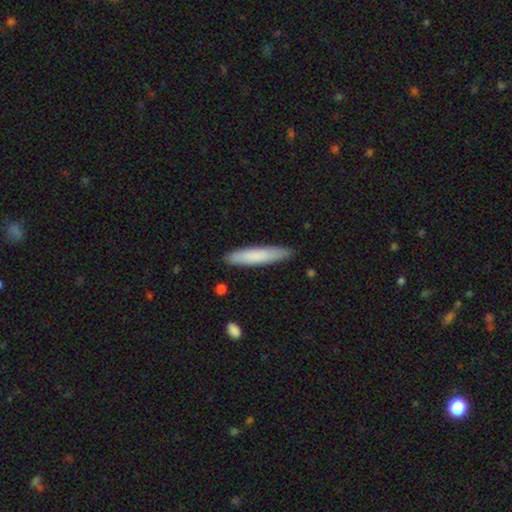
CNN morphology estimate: Q: Smooth or featured?
A: smooth (80%); runner-up: featured or disk (15%)
Q: How rounded?
A: cigar-shaped (88%); runner-up: in between (11%)
Q: Merging?
A: none (87%); runner-up: minor disturbance (10%)